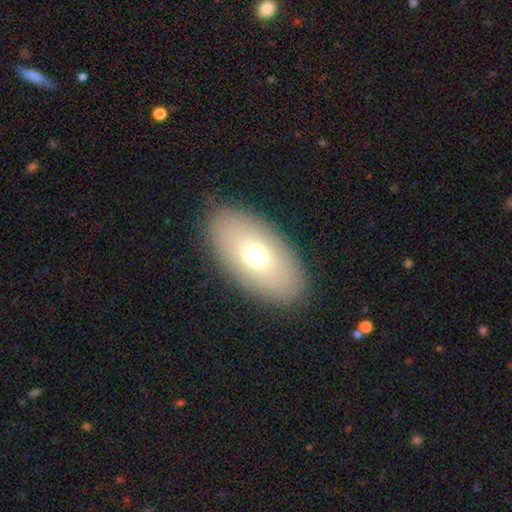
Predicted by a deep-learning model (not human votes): smooth 66%, featured or disk 24%, star or artifact 11%. Down the decision tree: how rounded — in between (88%); merging — none (87%).